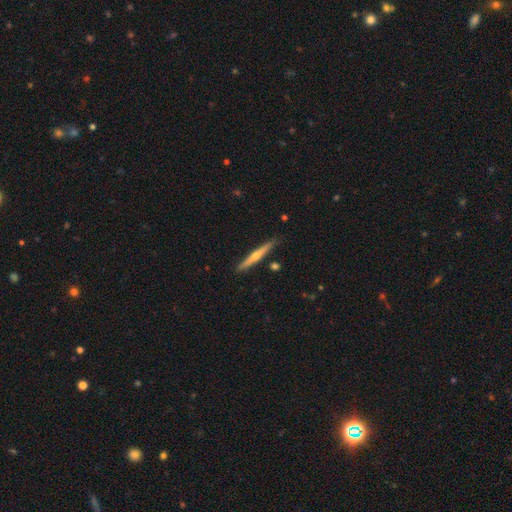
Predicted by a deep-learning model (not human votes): This appears to be a featured or disk galaxy (66%) viewed edge-on (98%) with a rounded central bulge (79%). Merging: none (89%).